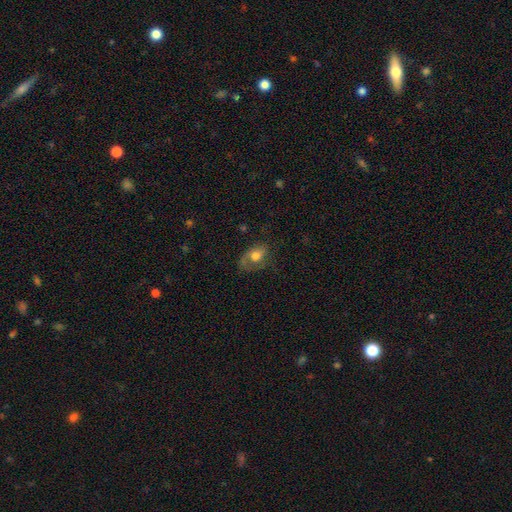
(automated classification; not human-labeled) Smooth or featured? smooth (57%)
How rounded? in between (77%)
Merging? none (43%)